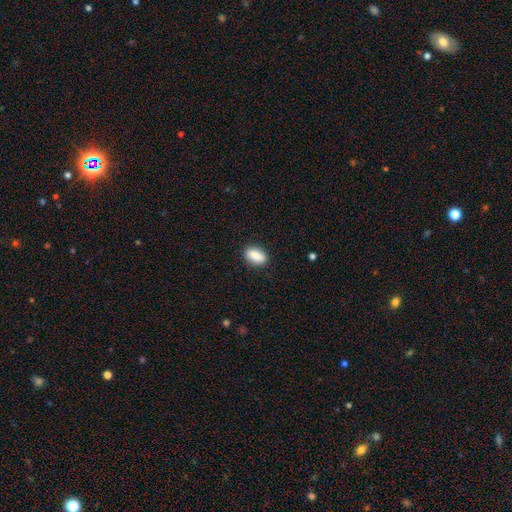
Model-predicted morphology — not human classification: Overall: smooth (87%). How rounded: in between (87%). Merging: none (87%).